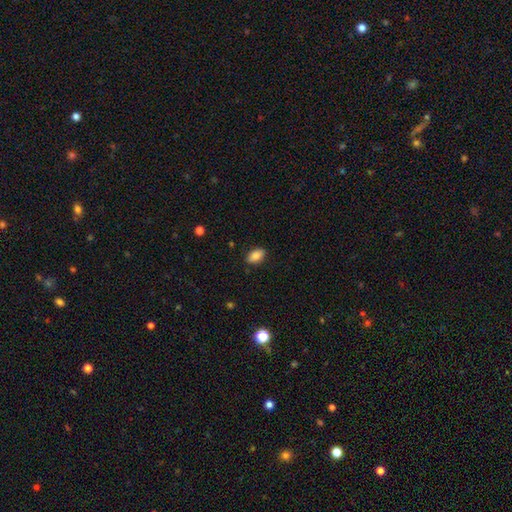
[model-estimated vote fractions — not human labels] Smooth or featured? Predicted: smooth (p=0.84). How rounded? Predicted: in between (p=0.91). Merging? Predicted: none (p=0.87).